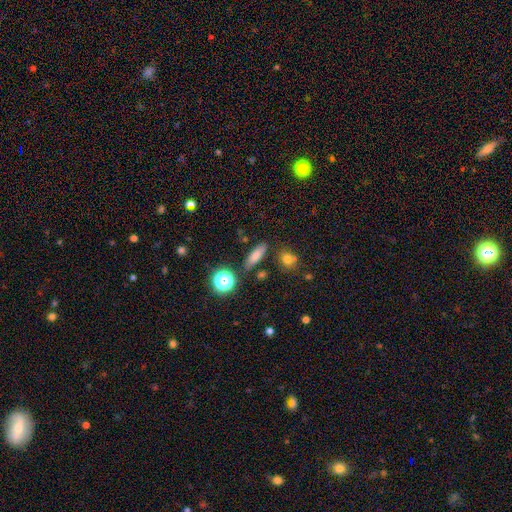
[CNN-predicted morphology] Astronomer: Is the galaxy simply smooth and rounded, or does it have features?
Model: smooth — 74%.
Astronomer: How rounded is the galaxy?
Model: in between — 46% (runner-up: cigar-shaped, 45%).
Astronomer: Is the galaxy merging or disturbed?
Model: none — 83%.